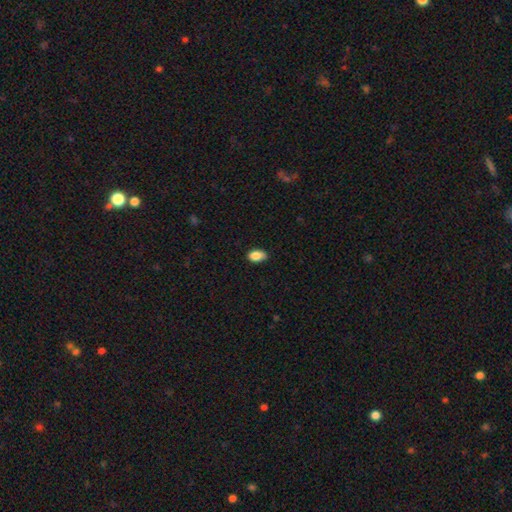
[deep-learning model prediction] A smooth galaxy with no disk features (86%) that is in between round and cigar-shaped (89%).

Vote fractions:
- Smooth or featured? smooth: 86% / star or artifact: 8% / featured or disk: 6%
- How rounded? in between: 89% / round: 9% / cigar-shaped: 2%
- Merging? none: 75% / minor disturbance: 21% / major disturbance: 3% / merger: 1%